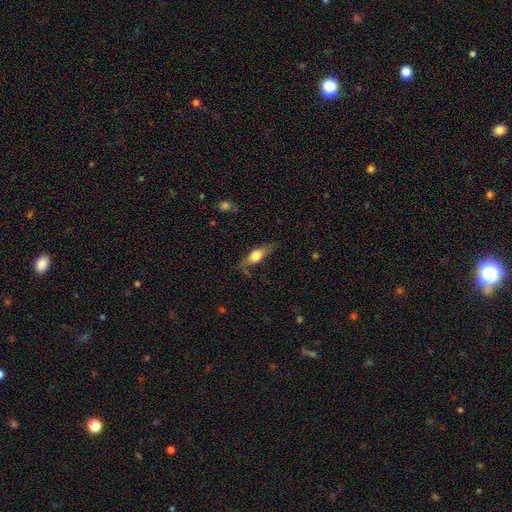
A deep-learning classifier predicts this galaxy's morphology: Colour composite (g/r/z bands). It shows a smooth galaxy with no disk features (52%) that is in between round and cigar-shaped (54%). Merging: none (72%).